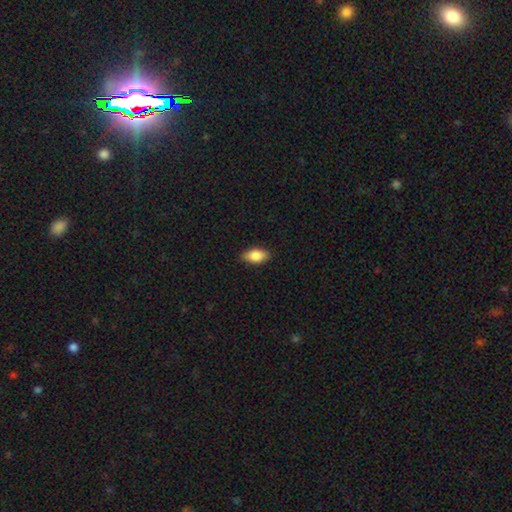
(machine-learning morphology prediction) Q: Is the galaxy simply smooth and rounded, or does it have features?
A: smooth — 85%.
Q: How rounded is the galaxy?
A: in between — 90%.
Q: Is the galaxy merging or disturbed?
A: none — 88%.